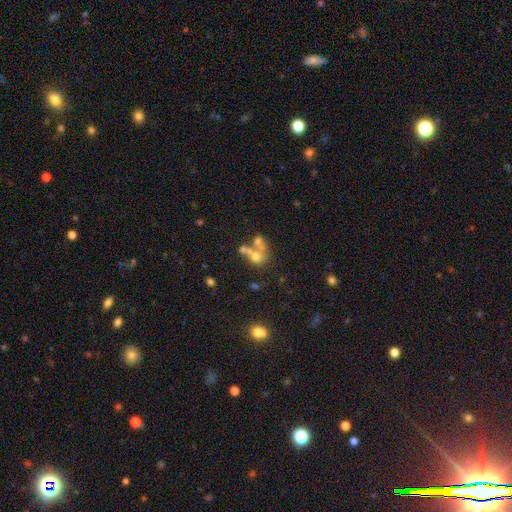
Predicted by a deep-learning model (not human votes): Overall: smooth (51%; featured or disk 31%). How rounded: round (71%). Merging: merger (49%; none 33%).